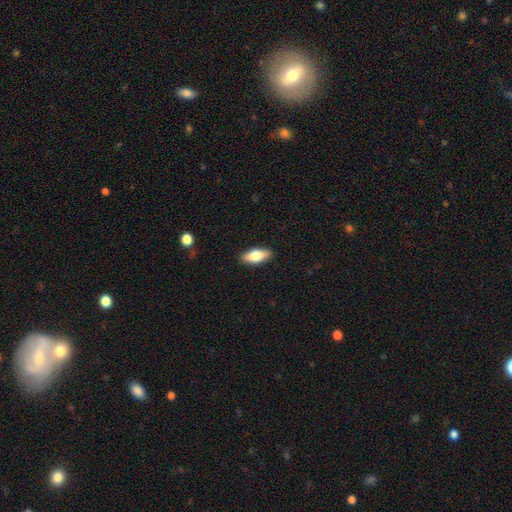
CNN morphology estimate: Smooth or featured?
  - smooth: 72% *
  - featured or disk: 21%
  - star or artifact: 6%
How rounded?
  - in between: 80% *
  - cigar-shaped: 17%
  - round: 3%
Merging?
  - none: 89% *
  - minor disturbance: 8%
  - major disturbance: 2%
  - merger: 1%